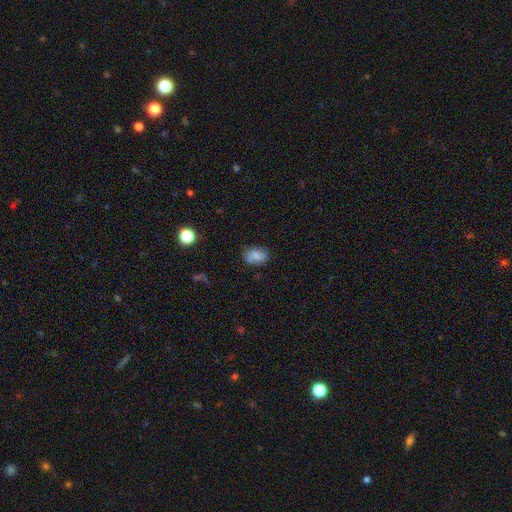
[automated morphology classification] This appears to be a smooth galaxy with no disk features (65%) that is in between round and cigar-shaped (77%). Merging: none (75%).